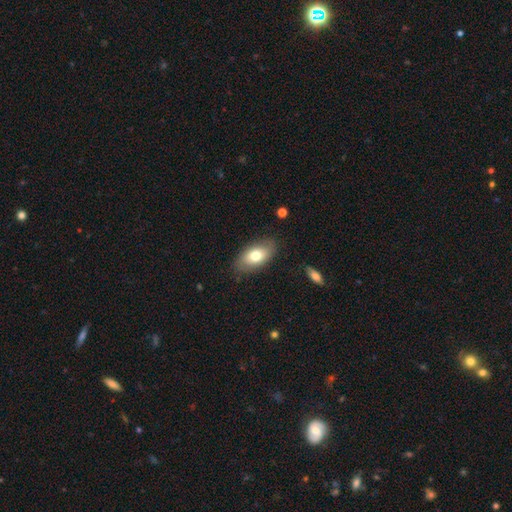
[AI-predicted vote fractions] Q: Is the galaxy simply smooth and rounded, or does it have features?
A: smooth — 71%.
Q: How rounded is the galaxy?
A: in between — 92%.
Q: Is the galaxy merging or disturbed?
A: none — 82%.